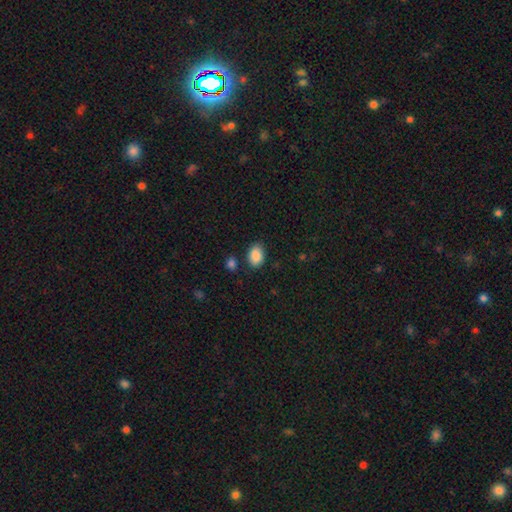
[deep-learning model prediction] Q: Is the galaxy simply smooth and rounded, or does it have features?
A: smooth — 87%.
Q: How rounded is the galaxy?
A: in between — 83%.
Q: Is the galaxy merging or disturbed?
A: none — 79%.